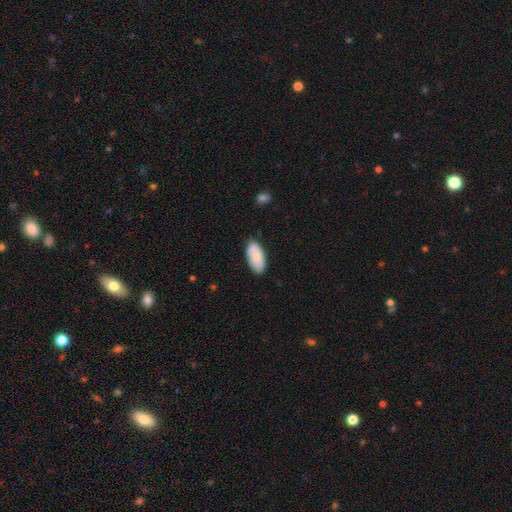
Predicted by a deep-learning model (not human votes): Smooth or featured? Predicted: smooth (p=0.82). How rounded? Predicted: in between (p=0.93). Merging? Predicted: none (p=0.78).